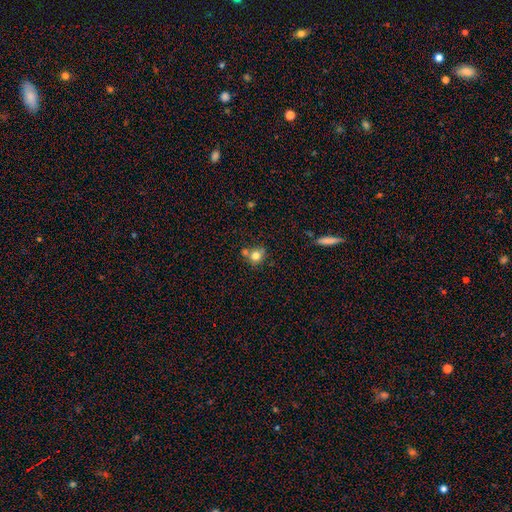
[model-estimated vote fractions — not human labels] Overall: smooth (78%). How rounded: round (80%). Merging: none (55%; merger 27%).